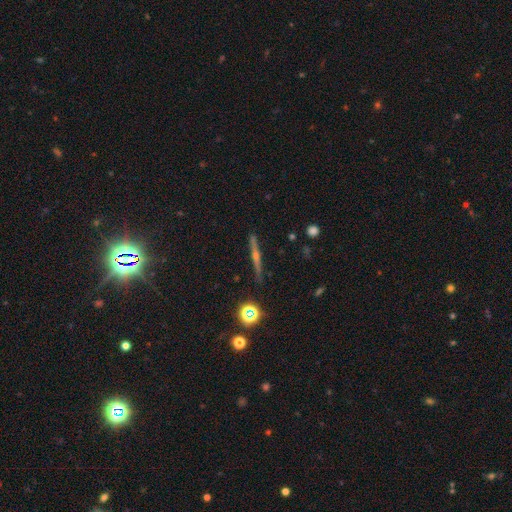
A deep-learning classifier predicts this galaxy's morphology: Smooth or featured: featured or disk — 73% (smooth — 17%)
Edge-on disk: yes — 98% (no — 2%)
Edge-on bulge: rounded — 80% (none — 14%)
Merging: none — 90% (minor disturbance — 7%)